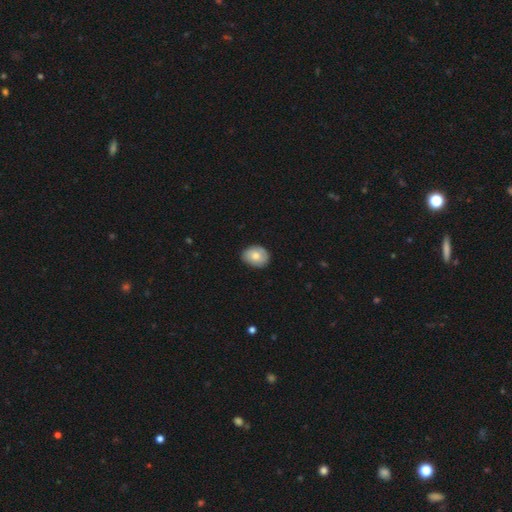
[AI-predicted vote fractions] The model was most divided on "how rounded": in between: 56%, round: 43%, cigar-shaped: 1%. More confident: merging — none (80%); smooth or featured — smooth (73%).